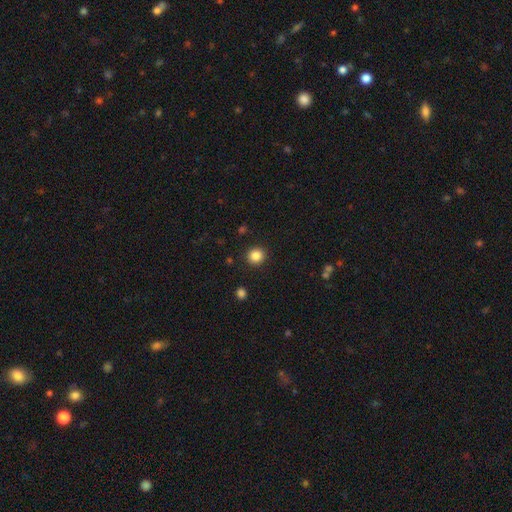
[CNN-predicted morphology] A smooth galaxy with no disk features (86%) that is round (90%). Merging: none (91%).